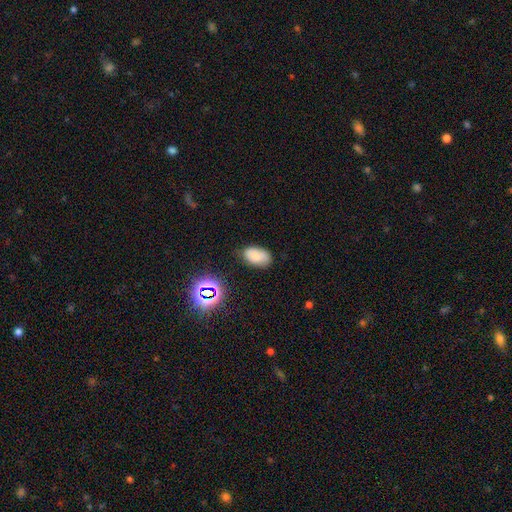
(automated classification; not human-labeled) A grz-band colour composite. It shows a smooth galaxy with no disk features (76%) that is in between round and cigar-shaped (93%). Merging: none (75%).